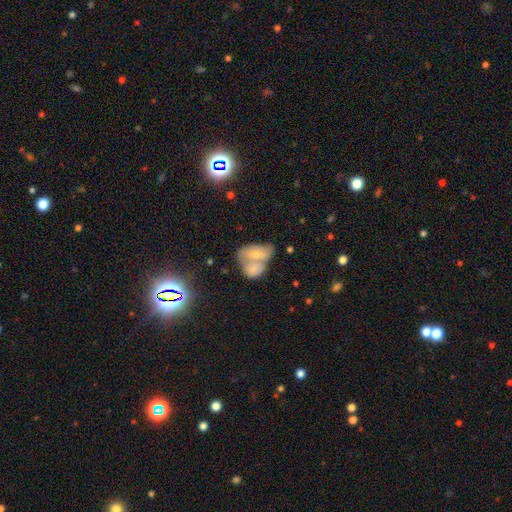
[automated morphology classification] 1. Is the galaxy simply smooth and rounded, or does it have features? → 63% smooth, 28% featured or disk, 9% star or artifact.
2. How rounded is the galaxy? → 82% in between, 15% round, 3% cigar-shaped.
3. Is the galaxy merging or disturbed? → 70% merger, 18% none, 8% minor disturbance, 5% major disturbance.